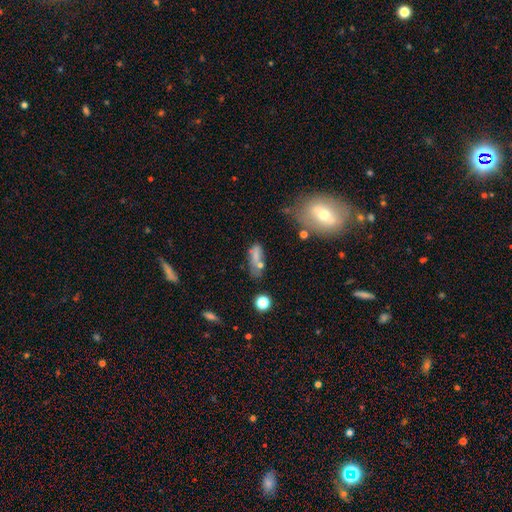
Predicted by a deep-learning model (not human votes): Smooth or featured: smooth — 66% (featured or disk — 20%)
How rounded: in between — 68% (cigar-shaped — 26%)
Merging: none — 43% (minor disturbance — 24%)